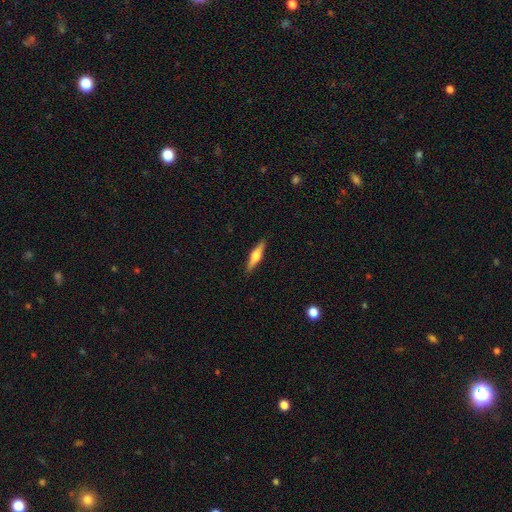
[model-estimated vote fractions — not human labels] Overall: featured or disk (57%; smooth 37%). Edge-on disk: yes (97%). Edge-on bulge: rounded (91%). Merging: none (90%).